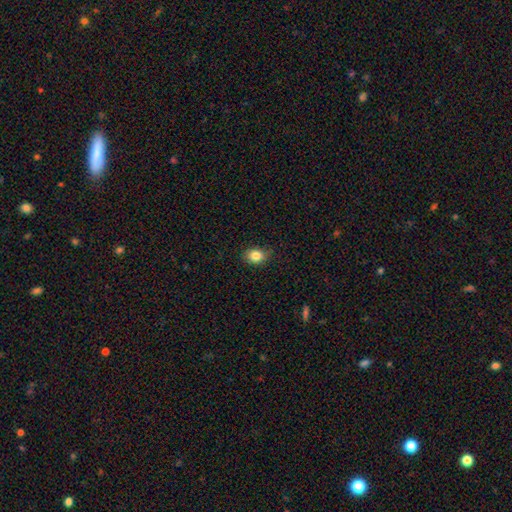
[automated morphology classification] smooth 84%, star or artifact 10%, featured or disk 6%. Down the decision tree: how rounded — in between (57%); merging — none (83%).